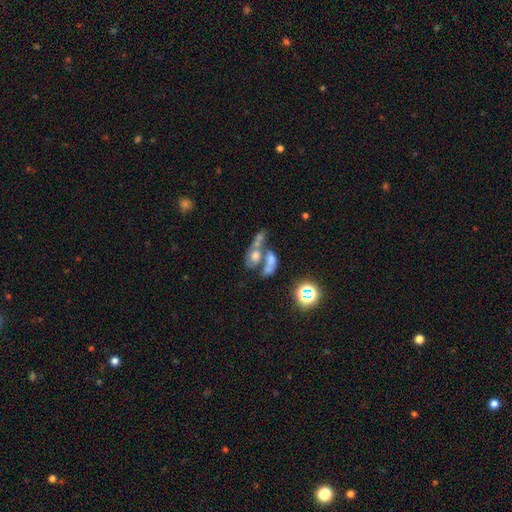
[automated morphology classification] A smooth galaxy with no disk features (40%, tied with featured or disk). Merging: merger (61%).